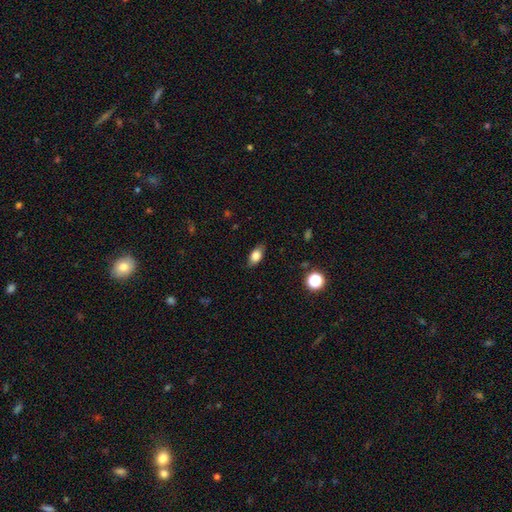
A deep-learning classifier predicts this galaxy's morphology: smooth_or_featured: smooth (p=0.82) [alt: featured or disk p=0.10]
how_rounded: in between (p=0.86) [alt: round p=0.09]
merging: none (p=0.83) [alt: minor disturbance p=0.13]